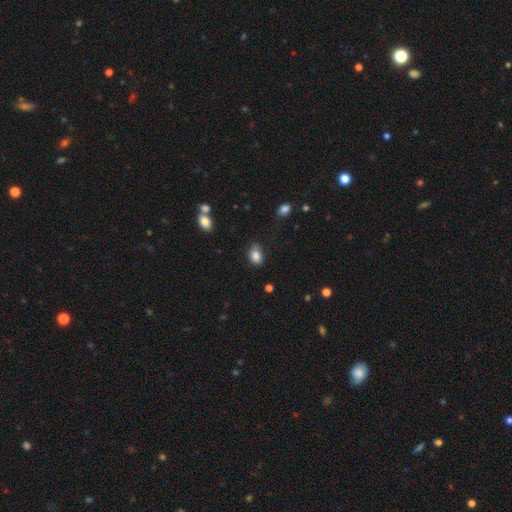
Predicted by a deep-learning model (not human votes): Smooth or featured? Predicted: smooth (p=0.83). How rounded? Predicted: in between (p=0.74). Merging? Predicted: none (p=0.60).